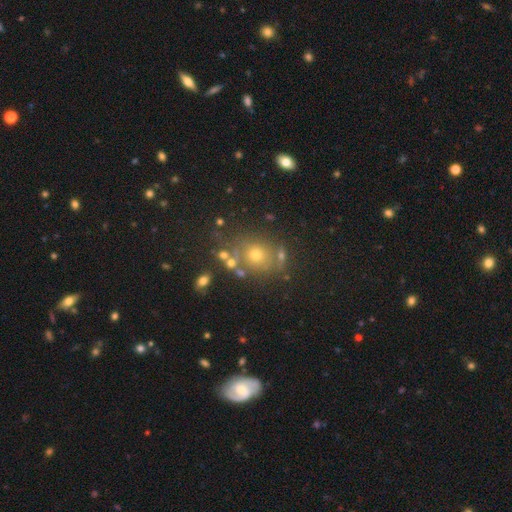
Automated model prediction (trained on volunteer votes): smooth_or_featured: smooth (p=0.54) [alt: star or artifact p=0.29]
how_rounded: round (p=0.69) [alt: in between p=0.29]
merging: none (p=0.69) [alt: merger p=0.13]